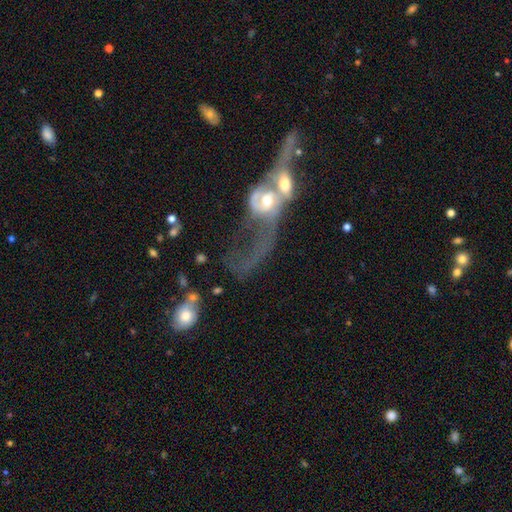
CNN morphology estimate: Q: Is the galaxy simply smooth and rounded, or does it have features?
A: featured or disk — 71%.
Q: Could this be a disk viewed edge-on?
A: no — 91%.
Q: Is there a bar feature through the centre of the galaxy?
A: no — 67%.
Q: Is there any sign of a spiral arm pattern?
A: yes — 69%.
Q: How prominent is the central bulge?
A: moderate — 51%.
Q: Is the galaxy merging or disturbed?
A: merger — 70%.